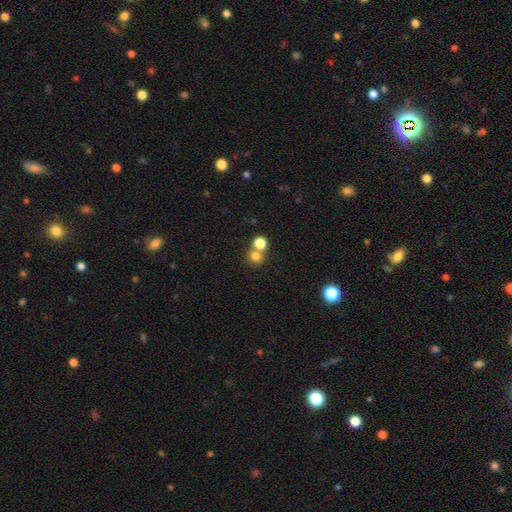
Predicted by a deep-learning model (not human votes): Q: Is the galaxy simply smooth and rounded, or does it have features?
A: smooth — 78%.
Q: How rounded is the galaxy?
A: round — 83%.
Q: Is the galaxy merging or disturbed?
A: none — 52%.